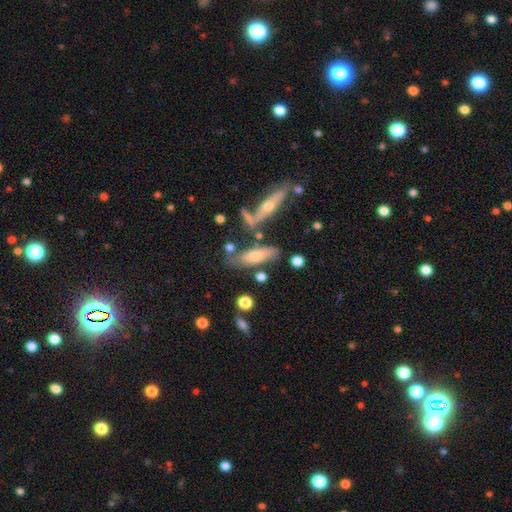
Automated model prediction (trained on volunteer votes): Overall: smooth (65%; featured or disk 27%). How rounded: in between (54%; cigar-shaped 43%). Merging: none (58%).